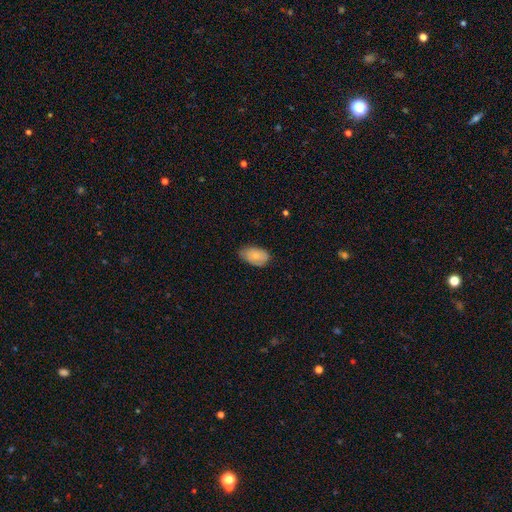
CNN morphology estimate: A smooth galaxy with no disk features (76%) that is in between round and cigar-shaped (92%).

Vote fractions:
- Smooth or featured? smooth: 76% / featured or disk: 18% / star or artifact: 6%
- How rounded? in between: 92% / round: 7% / cigar-shaped: 1%
- Merging? none: 65% / minor disturbance: 29% / major disturbance: 4% / merger: 1%